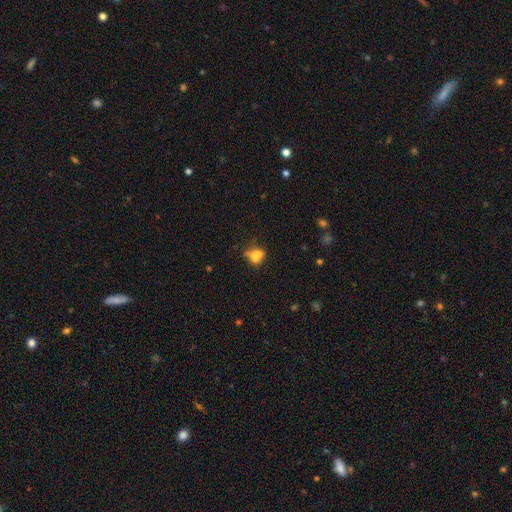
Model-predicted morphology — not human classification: A smooth galaxy with no disk features (72%) that is in between round and cigar-shaped (56%). Merging: none (37%).